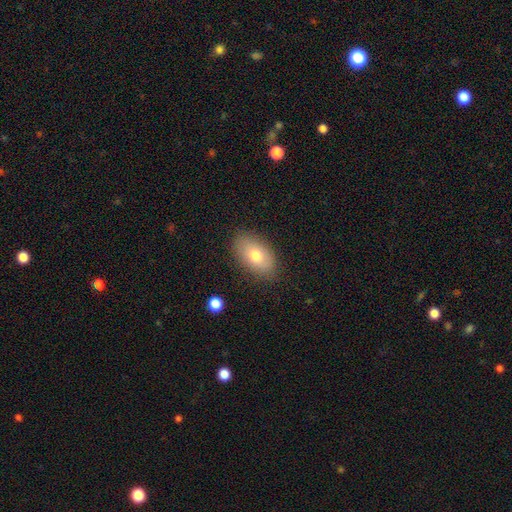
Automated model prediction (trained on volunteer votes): Q: Smooth or featured?
A: smooth (74%); runner-up: featured or disk (18%)
Q: How rounded?
A: in between (92%); runner-up: round (6%)
Q: Merging?
A: none (84%); runner-up: minor disturbance (12%)